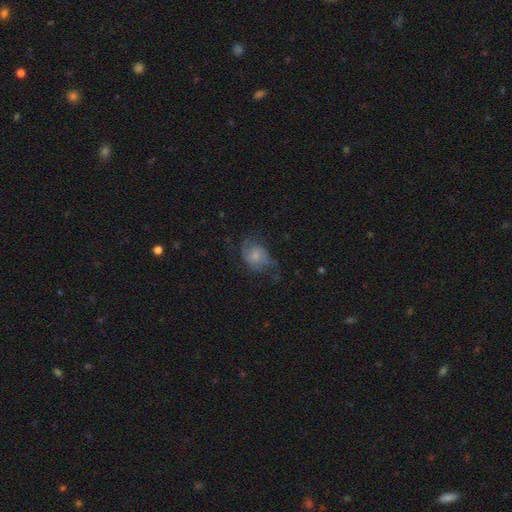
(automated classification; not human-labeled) A smooth galaxy with no disk features (51%) that is in between round and cigar-shaped (55%). Merging: none (43%).